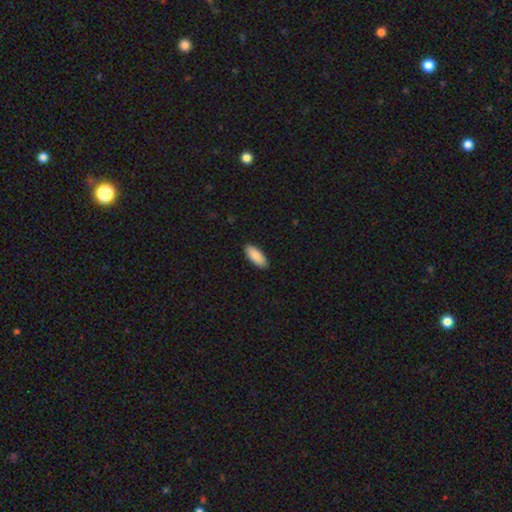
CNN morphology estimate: smooth-or-featured: smooth: 89% | featured or disk: 6% | star or artifact: 5%
  how-rounded: in between: 83% | cigar-shaped: 16% | round: 2%
  merging: none: 90% | minor disturbance: 7% | major disturbance: 1% | merger: 1%